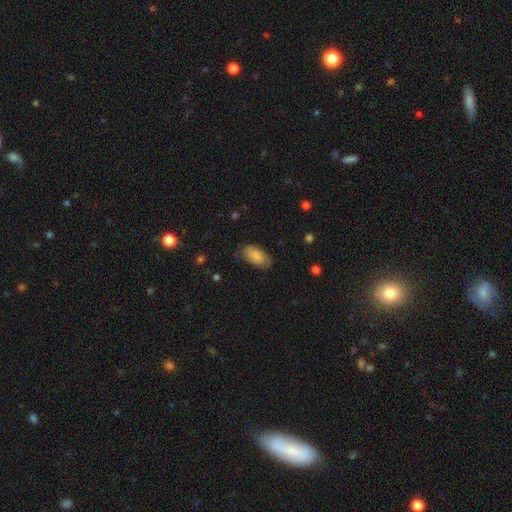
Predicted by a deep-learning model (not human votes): Smooth or featured? Predicted: smooth (p=0.78). How rounded? Predicted: in between (p=0.93). Merging? Predicted: none (p=0.72).